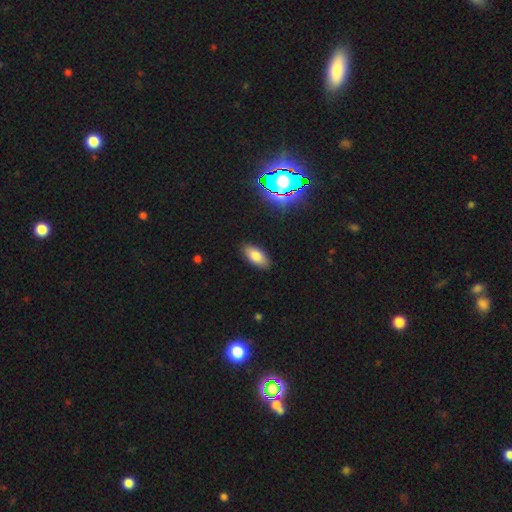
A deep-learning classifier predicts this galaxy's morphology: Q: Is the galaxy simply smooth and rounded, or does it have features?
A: smooth — 79%.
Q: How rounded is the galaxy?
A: in between — 90%.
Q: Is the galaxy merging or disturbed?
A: none — 88%.